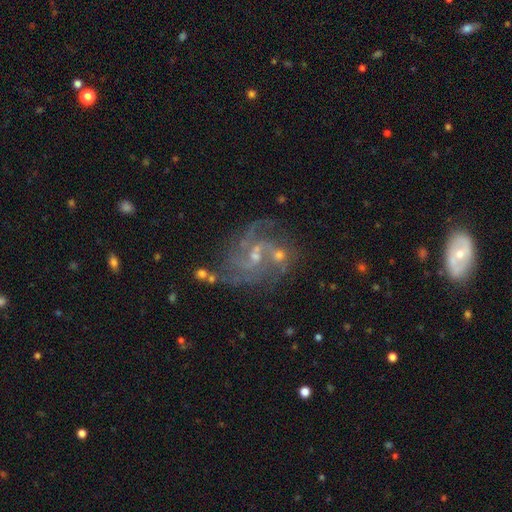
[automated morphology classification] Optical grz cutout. It shows a featured or disk galaxy (84%) with a weak bar (50%), 3 (31%) medium (51%) spiral arms (96%) and a small central bulge (65%). Merging: none (53%).